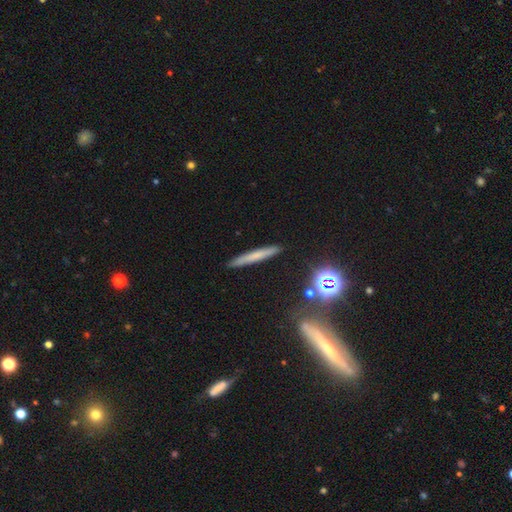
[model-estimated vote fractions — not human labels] The model was most divided on "smooth or featured": smooth: 58%, featured or disk: 31%, star or artifact: 12%. More confident: how rounded — cigar-shaped (94%); merging — none (89%).